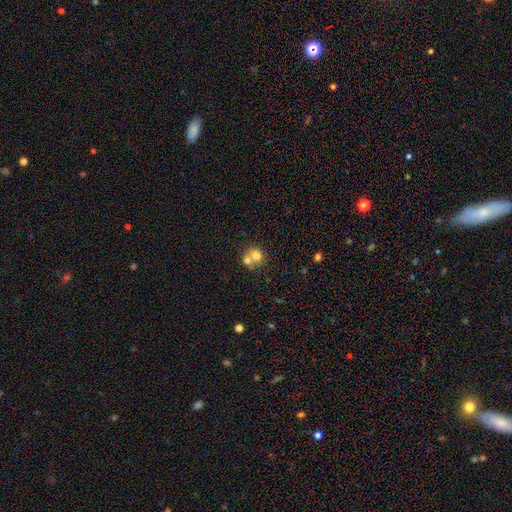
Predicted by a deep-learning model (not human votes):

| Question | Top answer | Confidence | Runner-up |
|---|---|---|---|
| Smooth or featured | smooth | 72% | featured or disk (17%) |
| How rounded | round | 72% | in between (27%) |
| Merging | merger | 57% | none (33%) |